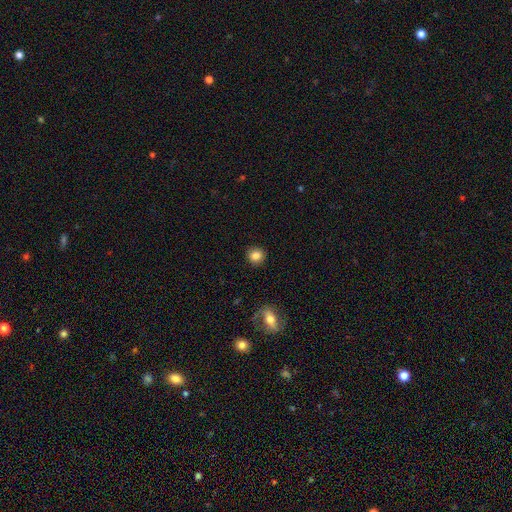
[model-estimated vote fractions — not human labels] Smooth or featured? smooth (83%)
How rounded? round (90%)
Merging? none (90%)